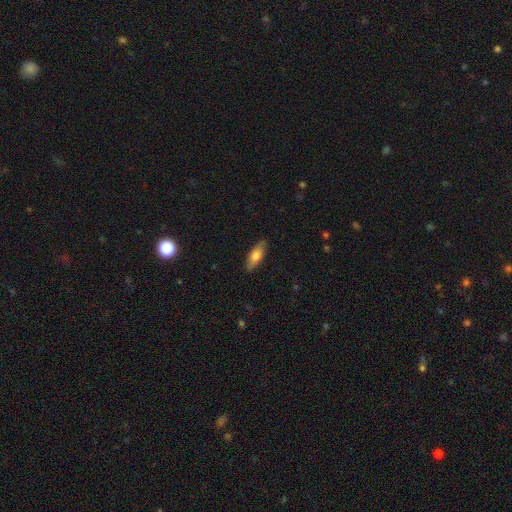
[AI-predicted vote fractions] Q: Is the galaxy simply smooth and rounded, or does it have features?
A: smooth — 74%.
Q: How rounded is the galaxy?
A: in between — 65%.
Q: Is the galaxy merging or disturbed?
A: none — 88%.